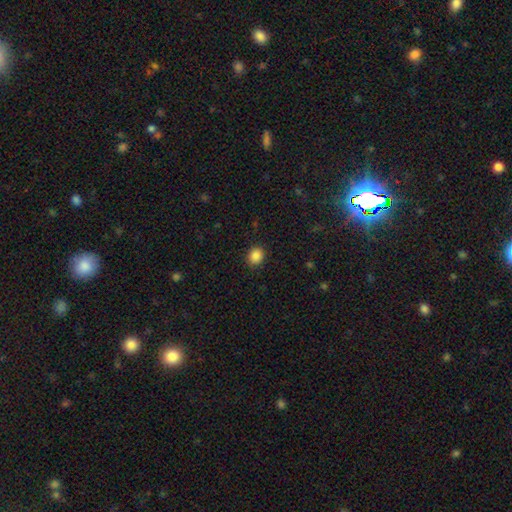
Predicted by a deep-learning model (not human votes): The model was most divided on "how rounded": round: 67%, in between: 32%, cigar-shaped: 1%. More confident: merging — none (90%); smooth or featured — smooth (87%).